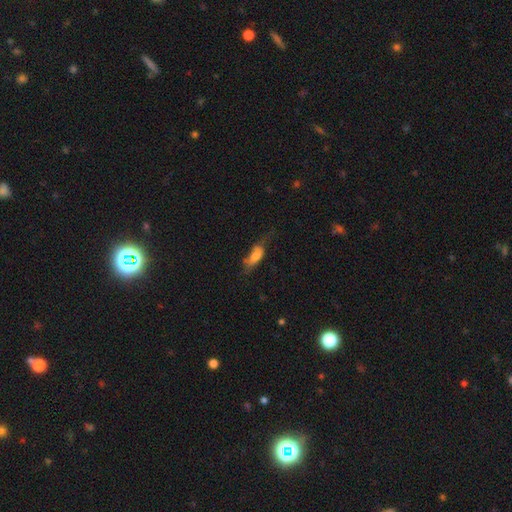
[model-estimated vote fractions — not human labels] Morphology: type=smooth (64%); roundness=in between (70%); merging=none (40%).